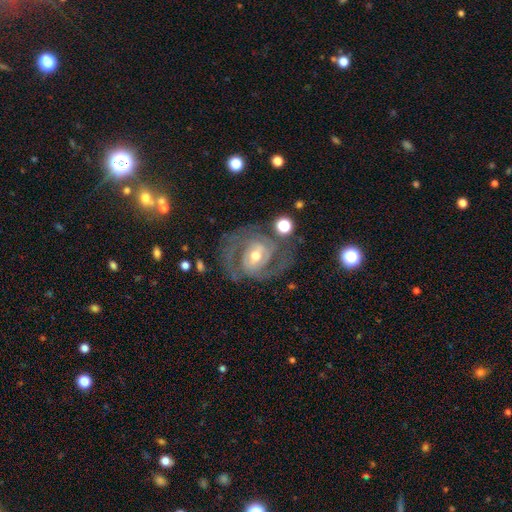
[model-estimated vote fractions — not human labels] smooth-or-featured: featured or disk: 85% | smooth: 9% | star or artifact: 6%
  disk-edge-on: no: 97% | yes: 3%
    bar: weak: 45% | no: 35% | strong: 21%
    has-spiral-arms: yes: 90% | no: 10%
      spiral-winding: medium: 45% | tight: 43% | loose: 12%
      spiral-arm-count: 2: 67% | can't tell: 15% | 3: 10% | 1: 3% | 4: 3% | more than 4: 2%
    bulge-size: moderate: 69% | small: 23% | large: 6% | none: 1% | dominant: 1%
  merging: none: 65% | minor disturbance: 17% | major disturbance: 14% | merger: 4%